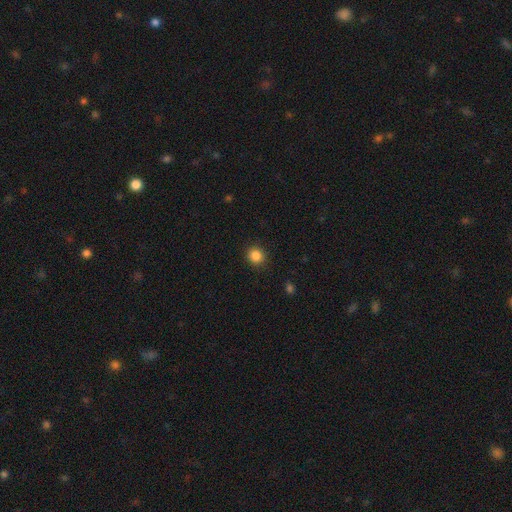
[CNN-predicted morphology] A smooth galaxy with no disk features (86%) that is round (89%). Merging: none (90%).